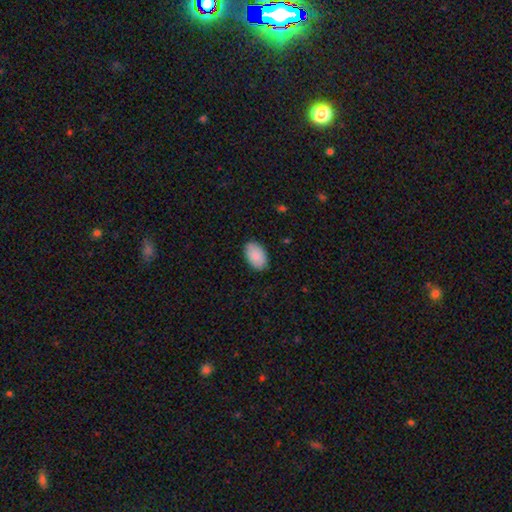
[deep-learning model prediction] A smooth galaxy with no disk features (89%) that is in between round and cigar-shaped (93%).

Vote fractions:
- Smooth or featured? smooth: 89% / star or artifact: 6% / featured or disk: 5%
- How rounded? in between: 93% / round: 6% / cigar-shaped: 1%
- Merging? none: 88% / minor disturbance: 10% / major disturbance: 2% / merger: 1%